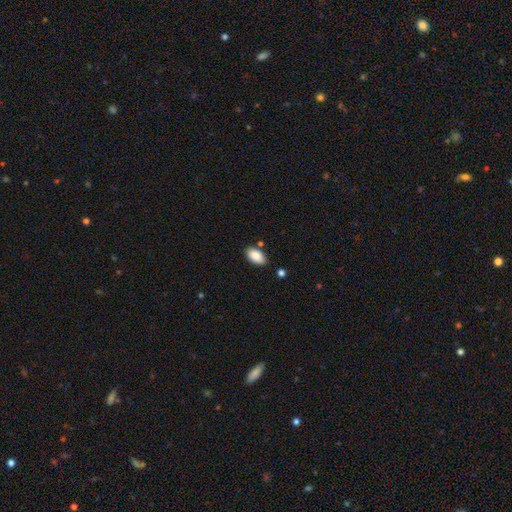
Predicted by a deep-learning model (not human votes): Smooth or featured? Predicted: smooth (p=0.88). How rounded? Predicted: in between (p=0.94). Merging? Predicted: none (p=0.81).